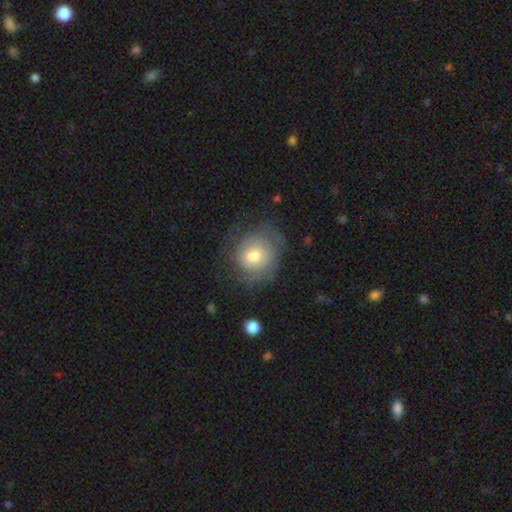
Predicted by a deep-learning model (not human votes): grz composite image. It shows a smooth galaxy with no disk features (49%). Merging: none (60%).